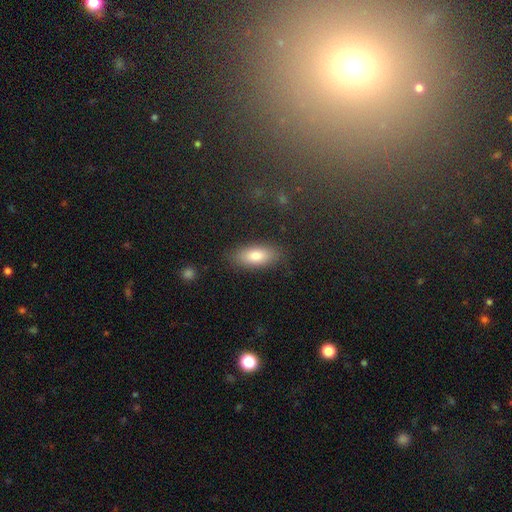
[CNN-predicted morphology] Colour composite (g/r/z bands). It shows a smooth galaxy with no disk features (80%) that is in between round and cigar-shaped (81%). Merging: none (86%).